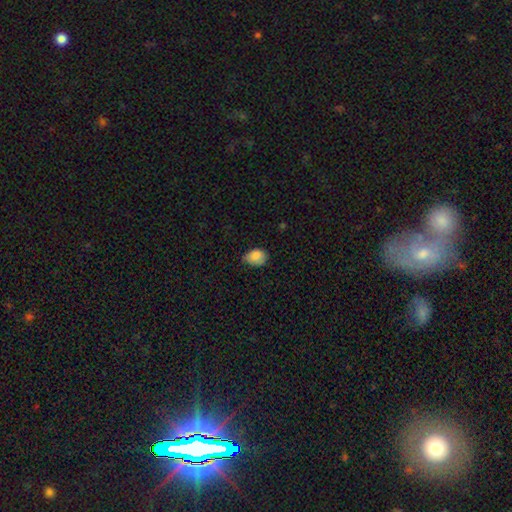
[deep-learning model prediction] Smooth or featured?
  - smooth: 81% *
  - featured or disk: 11%
  - star or artifact: 8%
How rounded?
  - in between: 76% *
  - round: 23%
  - cigar-shaped: 1%
Merging?
  - none: 51% *
  - minor disturbance: 39%
  - major disturbance: 8%
  - merger: 2%